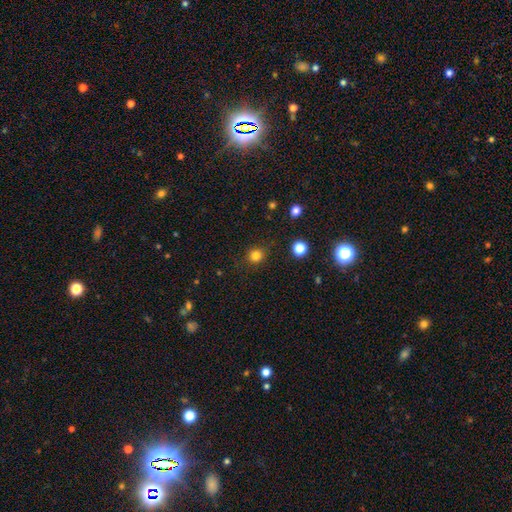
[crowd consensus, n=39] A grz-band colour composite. It shows a smooth galaxy with no disk features (90%) that is round (89%). Merging: none (86%).